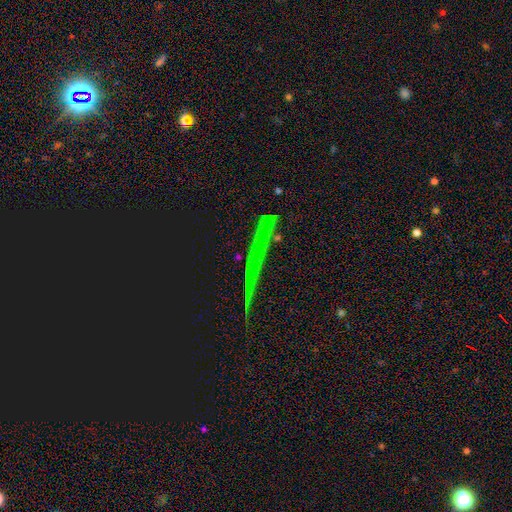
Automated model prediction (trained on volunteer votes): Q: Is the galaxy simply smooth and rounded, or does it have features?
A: star or artifact — 60%.